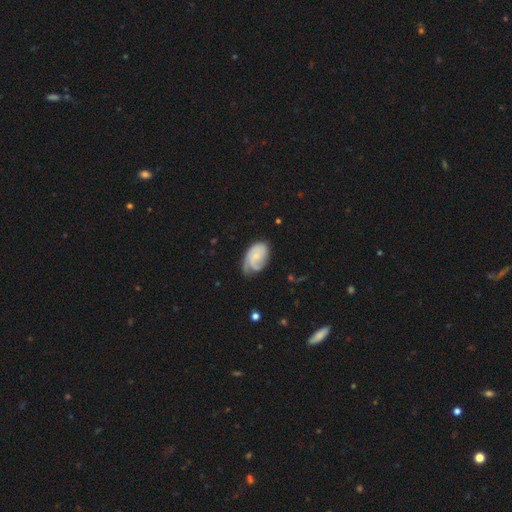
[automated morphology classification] Smooth or featured: featured or disk — 63% (smooth — 30%)
Edge-on disk: no — 96% (yes — 4%)
Bar: no — 72% (weak — 24%)
Spiral arms: yes — 91% (no — 9%)
Spiral winding: tight — 50% (medium — 33%)
Spiral arm count: 1 — 32% (2 — 30%)
Bulge size: small — 64% (moderate — 18%)
Merging: none — 49% (minor disturbance — 32%)